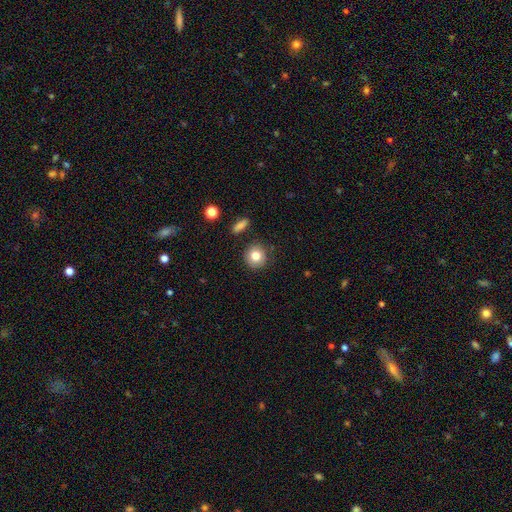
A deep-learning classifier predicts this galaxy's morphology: A smooth galaxy with no disk features (82%) that is round (90%). Merging: none (85%).